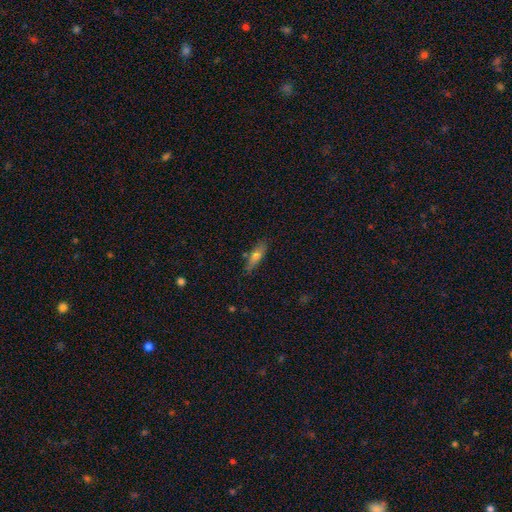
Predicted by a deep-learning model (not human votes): Morphology: type=smooth (68%); roundness=cigar-shaped (54%); merging=none (76%).